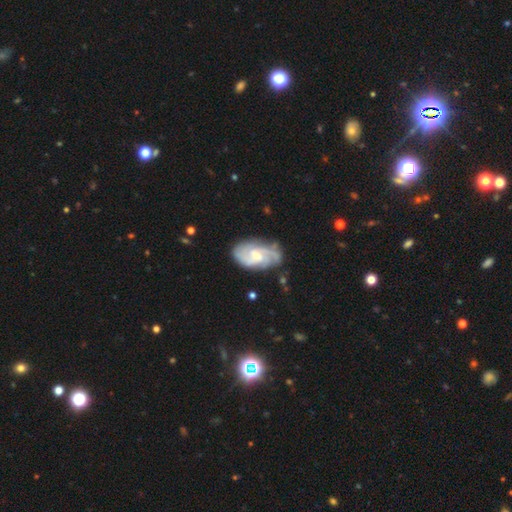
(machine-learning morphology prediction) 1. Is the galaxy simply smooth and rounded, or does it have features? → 78% featured or disk, 17% smooth, 5% star or artifact.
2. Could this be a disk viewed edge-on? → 96% no, 4% yes.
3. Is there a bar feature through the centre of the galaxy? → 47% weak, 44% no, 8% strong.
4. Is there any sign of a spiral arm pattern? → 94% yes, 6% no.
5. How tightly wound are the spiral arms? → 43% medium, 37% tight, 19% loose.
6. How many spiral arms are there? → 39% 2, 26% can't tell, 20% 3, 7% 4, 5% 1, 4% more than 4.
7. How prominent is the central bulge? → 46% small, 44% moderate, 5% none, 4% large, 1% dominant.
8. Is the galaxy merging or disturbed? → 68% none, 21% minor disturbance, 8% major disturbance, 2% merger.